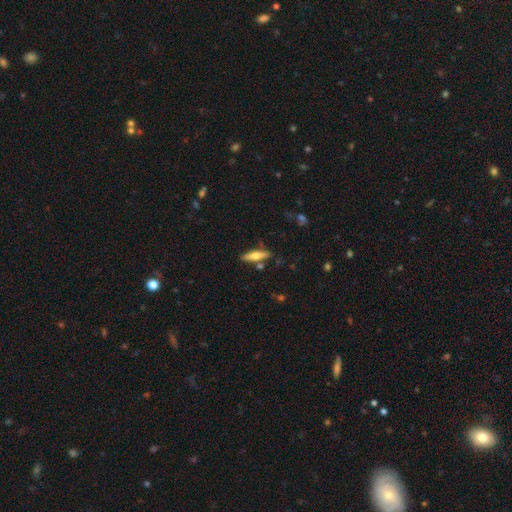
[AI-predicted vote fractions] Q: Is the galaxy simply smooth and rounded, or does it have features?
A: smooth — 50%.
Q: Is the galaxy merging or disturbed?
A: none — 78%.